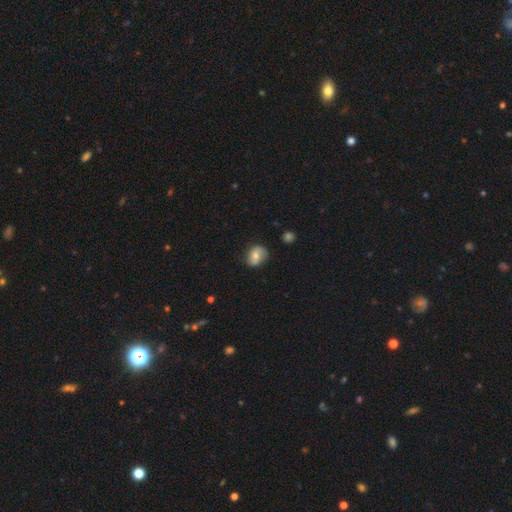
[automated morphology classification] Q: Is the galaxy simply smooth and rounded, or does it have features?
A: smooth — 63%.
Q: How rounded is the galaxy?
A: in between — 57%.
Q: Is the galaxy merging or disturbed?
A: none — 69%.